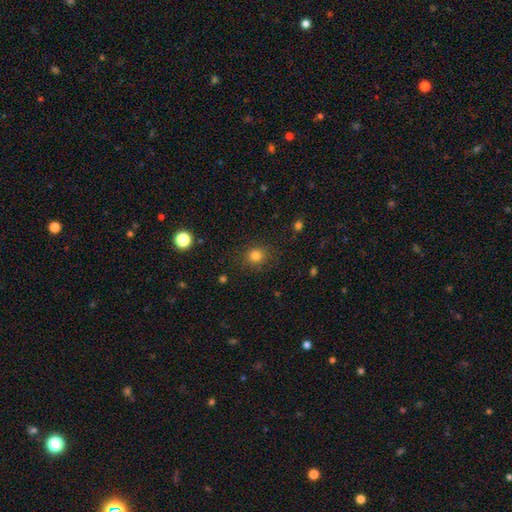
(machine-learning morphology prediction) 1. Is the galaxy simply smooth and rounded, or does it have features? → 81% smooth, 13% star or artifact, 5% featured or disk.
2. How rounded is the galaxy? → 86% round, 13% in between, 1% cigar-shaped.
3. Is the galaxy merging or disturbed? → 86% none, 9% minor disturbance, 4% major disturbance, 1% merger.